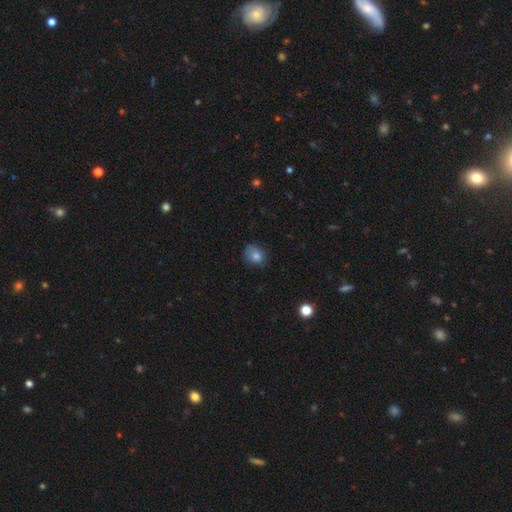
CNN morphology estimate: smooth-or-featured: smooth: 80% | star or artifact: 11% | featured or disk: 9%
  how-rounded: round: 63% | in between: 36% | cigar-shaped: 1%
  merging: none: 67% | minor disturbance: 26% | major disturbance: 6% | merger: 2%